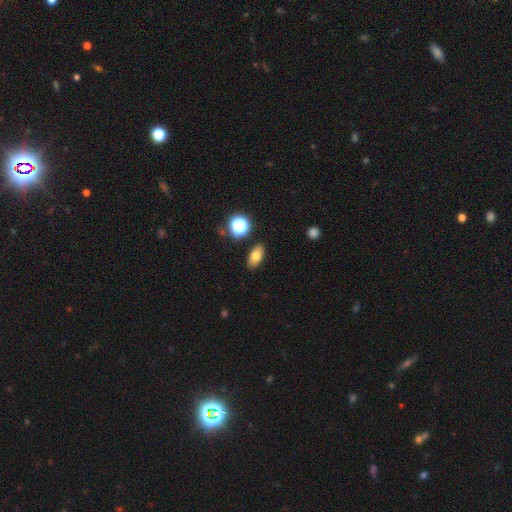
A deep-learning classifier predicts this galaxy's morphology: smooth 74%, featured or disk 14%, star or artifact 11%. Down the decision tree: how rounded — in between (87%); merging — none (87%).